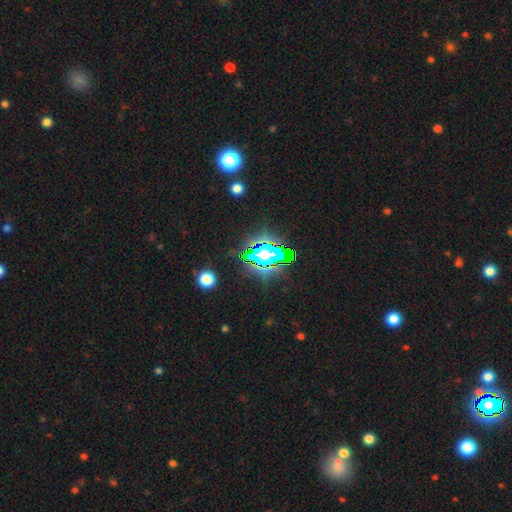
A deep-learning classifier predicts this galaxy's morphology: smooth-or-featured: star or artifact: 81% | smooth: 11% | featured or disk: 8%